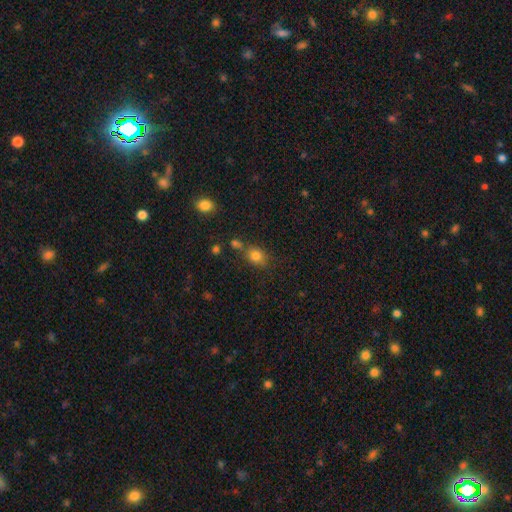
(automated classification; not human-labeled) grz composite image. It shows a smooth galaxy with no disk features (80%) that is in between round and cigar-shaped (50%). Merging: none (63%).